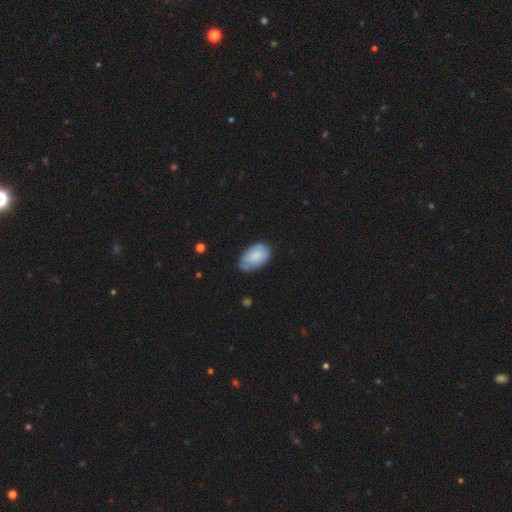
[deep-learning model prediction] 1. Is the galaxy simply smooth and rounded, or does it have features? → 78% smooth, 15% featured or disk, 6% star or artifact.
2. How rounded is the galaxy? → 93% in between, 6% round, 1% cigar-shaped.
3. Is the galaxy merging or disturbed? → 58% none, 33% minor disturbance, 7% major disturbance, 2% merger.